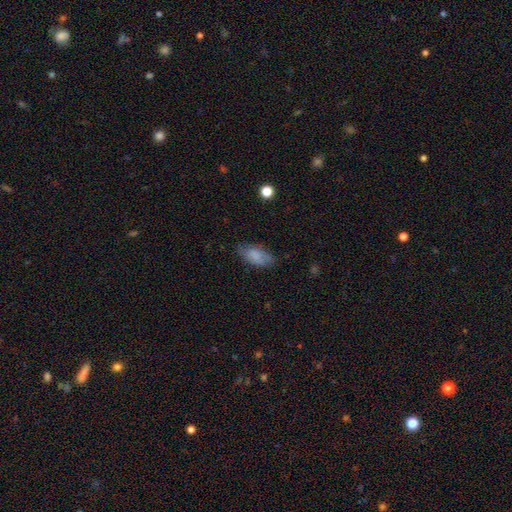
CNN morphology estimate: A smooth galaxy with no disk features (78%) that is in between round and cigar-shaped (89%). Merging: none (69%).